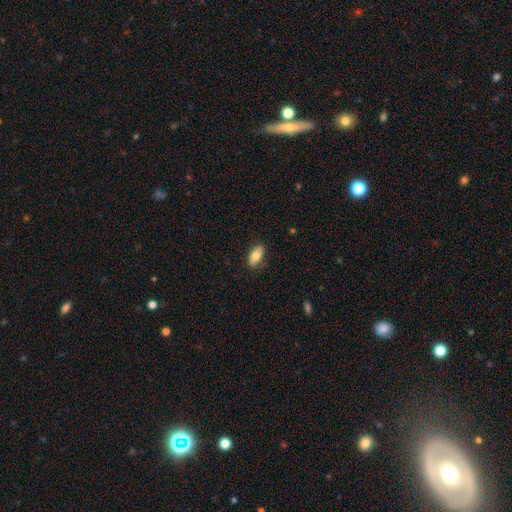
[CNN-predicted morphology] type=smooth (76%); roundness=in between (88%); merging=none (85%).